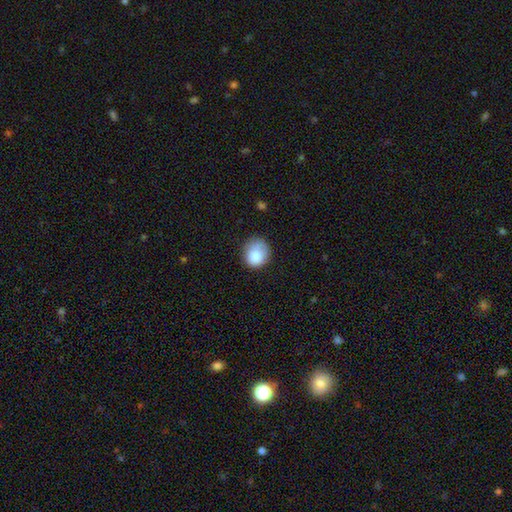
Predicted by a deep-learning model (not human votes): Smooth or featured? Predicted: smooth (p=0.85). How rounded? Predicted: round (p=0.77). Merging? Predicted: none (p=0.63).